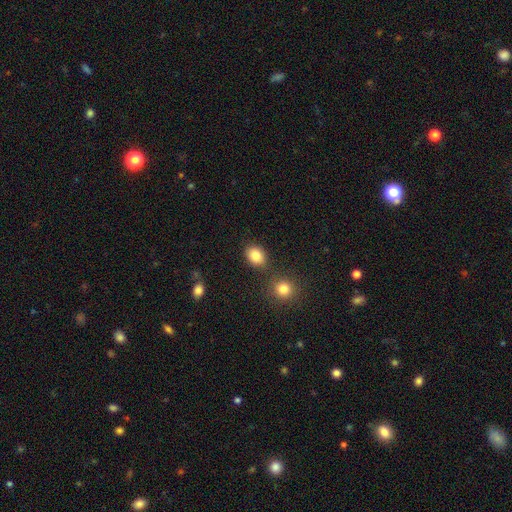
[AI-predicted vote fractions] smooth_or_featured: smooth (p=0.84) [alt: star or artifact p=0.09]
how_rounded: in between (p=0.60) [alt: round p=0.39]
merging: none (p=0.77) [alt: minor disturbance p=0.11]